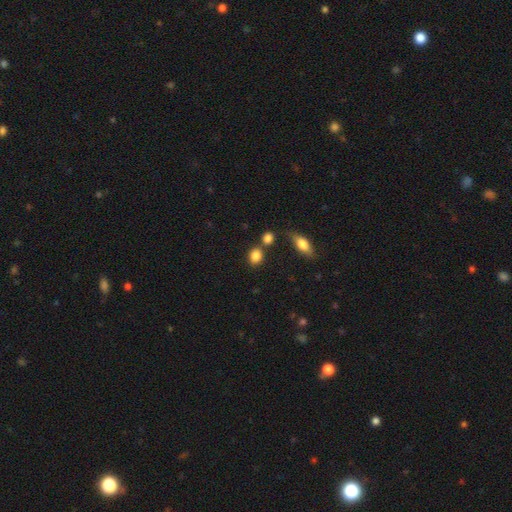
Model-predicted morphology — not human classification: type=smooth (86%); roundness=in between (55%); merging=none (67%).